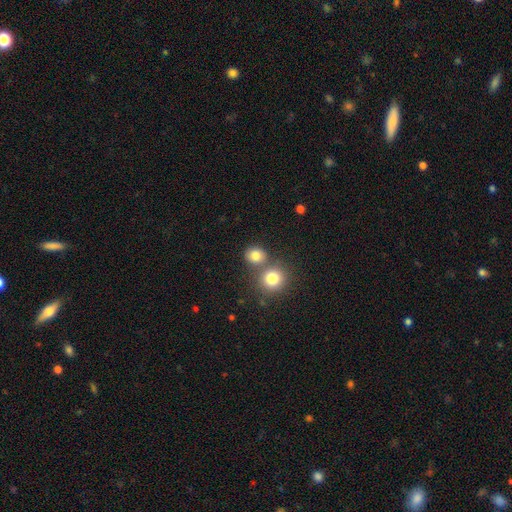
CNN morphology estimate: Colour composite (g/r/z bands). It shows a smooth galaxy with no disk features (80%) that is round (80%). Merging: none (62%).